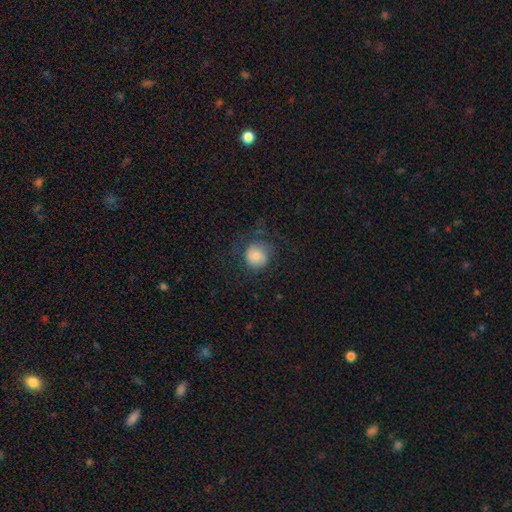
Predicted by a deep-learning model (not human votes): This appears to be a smooth galaxy with no disk features (76%) that is round (90%). Merging: none (62%).